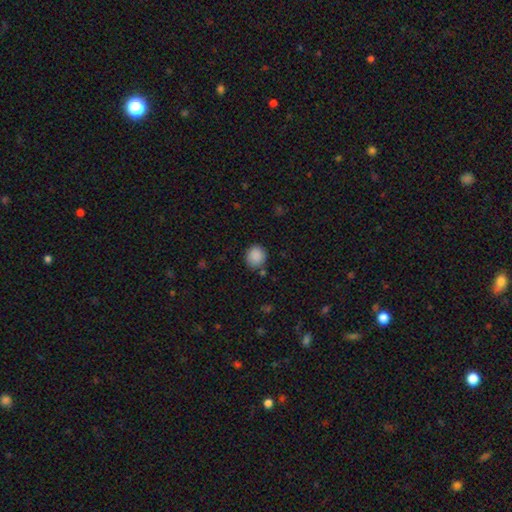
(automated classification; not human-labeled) Smooth or featured? smooth (88%)
How rounded? round (85%)
Merging? none (82%)